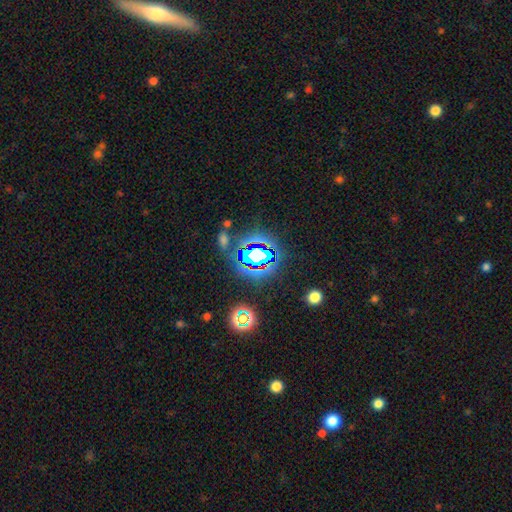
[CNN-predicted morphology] smooth_or_featured: star or artifact (p=0.65) [alt: smooth p=0.22]